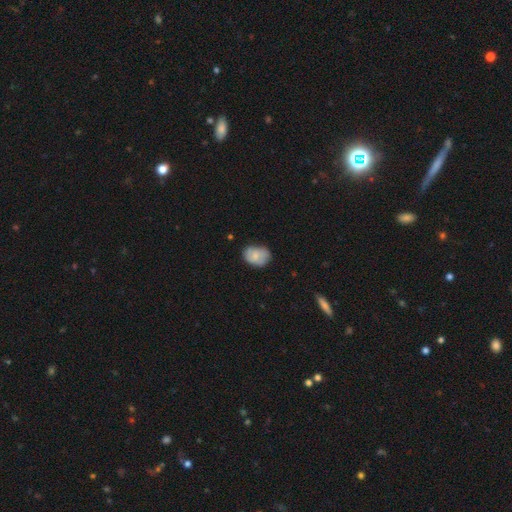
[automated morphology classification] smooth 69%, featured or disk 24%, star or artifact 7%. Down the decision tree: how rounded — in between (67%); merging — none (64%).